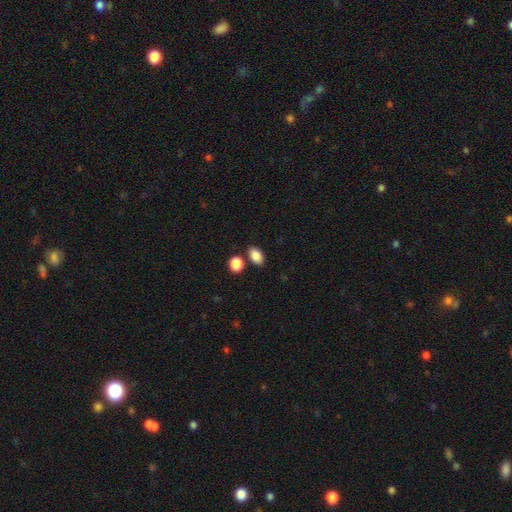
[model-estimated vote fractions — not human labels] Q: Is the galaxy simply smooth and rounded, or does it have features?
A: smooth — 87%.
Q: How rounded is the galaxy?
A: in between — 84%.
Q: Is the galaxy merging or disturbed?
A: none — 75%.